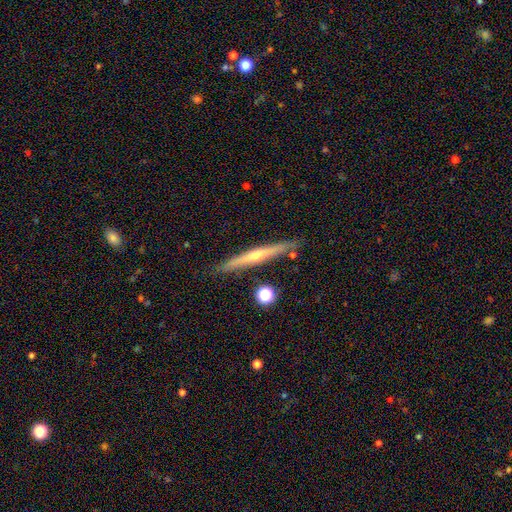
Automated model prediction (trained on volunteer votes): Smooth or featured: featured or disk — 64% (smooth — 29%)
Edge-on disk: yes — 96% (no — 4%)
Edge-on bulge: rounded — 74% (none — 23%)
Merging: none — 86% (minor disturbance — 10%)